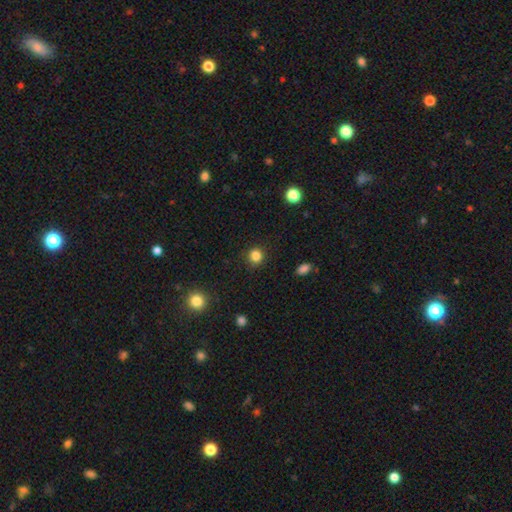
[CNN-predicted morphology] Smooth or featured: smooth — 84% (star or artifact — 12%)
How rounded: round — 87% (in between — 12%)
Merging: none — 90% (minor disturbance — 7%)